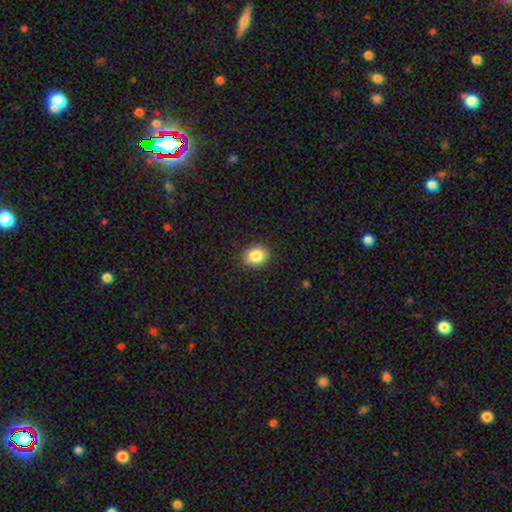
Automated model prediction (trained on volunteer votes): smooth 85%, star or artifact 9%, featured or disk 6%. Down the decision tree: how rounded — in between (50%); merging — none (88%).